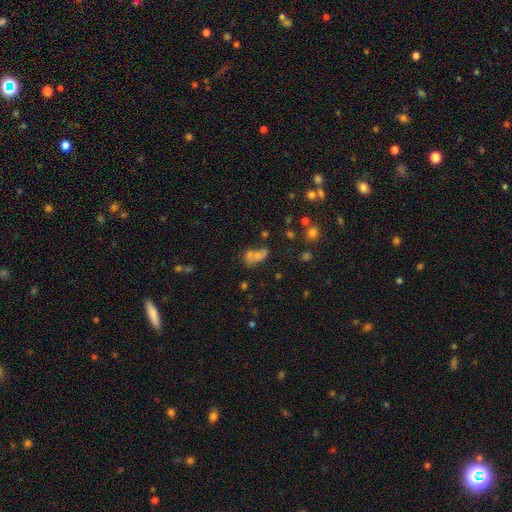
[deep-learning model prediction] A smooth galaxy with no disk features (58%) that is in between round and cigar-shaped (78%). Merging: merger (47%).